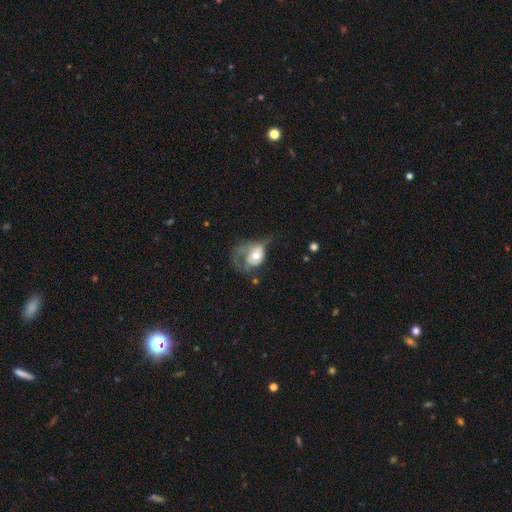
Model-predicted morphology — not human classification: A featured or disk galaxy (48%).

Vote fractions:
- Smooth or featured? featured or disk: 48% / smooth: 44% / star or artifact: 7%
- Merging? major disturbance: 59% / minor disturbance: 19% / none: 17% / merger: 5%